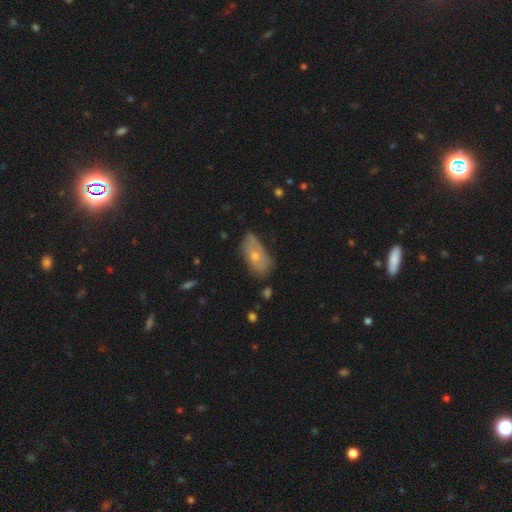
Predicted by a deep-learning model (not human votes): The model was most divided on "merging": none: 52%, minor disturbance: 35%, major disturbance: 10%, merger: 3%. More confident: how rounded — in between (89%); smooth or featured — smooth (57%).